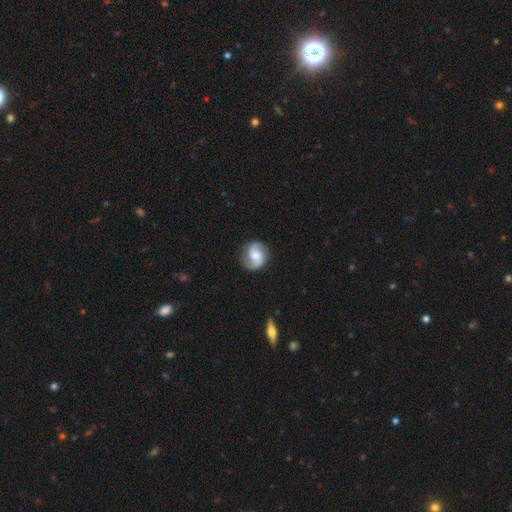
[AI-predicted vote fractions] Smooth or featured? featured or disk (78%)
Edge-on disk? no (98%)
Bar? no (48%)
Spiral arms? yes (96%)
Spiral winding? medium (49%)
Spiral arm count? 2 (91%)
Bulge size? moderate (51%)
Merging? none (84%)